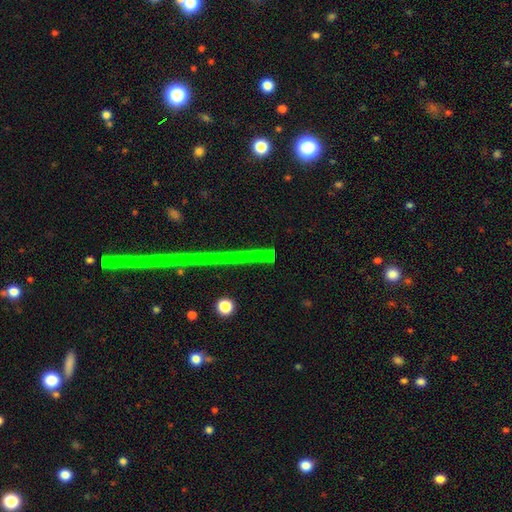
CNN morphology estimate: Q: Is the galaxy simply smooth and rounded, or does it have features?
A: star or artifact — 69%.